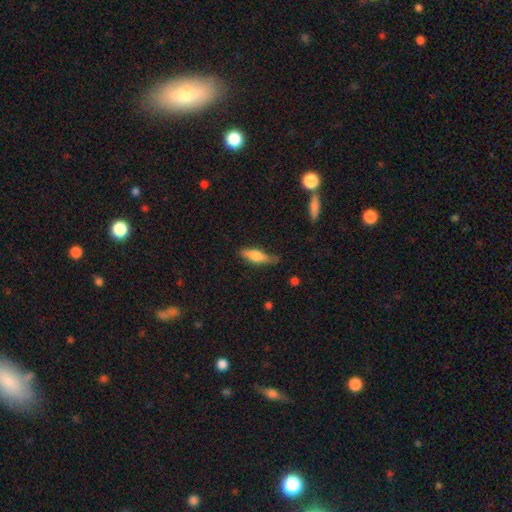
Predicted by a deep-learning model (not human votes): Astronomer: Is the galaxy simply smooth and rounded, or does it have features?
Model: smooth — 64%.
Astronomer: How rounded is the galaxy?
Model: cigar-shaped — 57% (runner-up: in between, 41%).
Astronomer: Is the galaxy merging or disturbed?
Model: none — 66%.